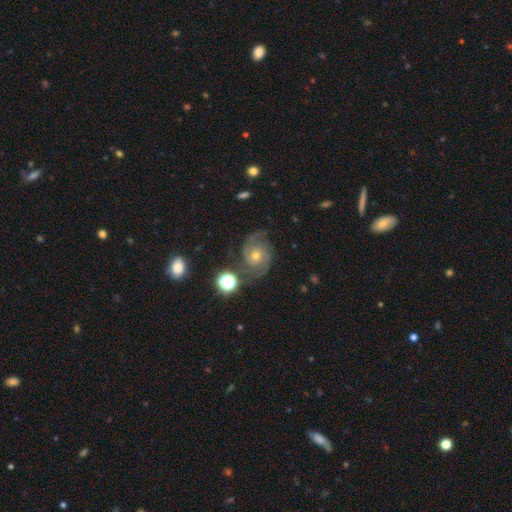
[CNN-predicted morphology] Smooth or featured: featured or disk — 82% (star or artifact — 9%)
Edge-on disk: no — 98% (yes — 2%)
Bar: no — 76% (weak — 20%)
Spiral arms: yes — 97% (no — 3%)
Spiral winding: medium — 45% (tight — 44%)
Spiral arm count: 2 — 69% (3 — 13%)
Bulge size: moderate — 50% (small — 46%)
Merging: none — 73% (minor disturbance — 17%)